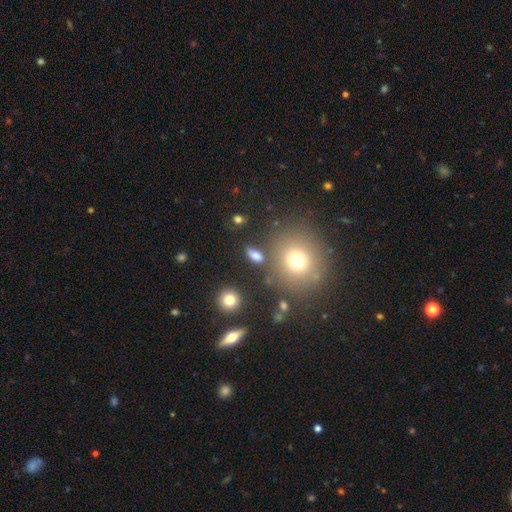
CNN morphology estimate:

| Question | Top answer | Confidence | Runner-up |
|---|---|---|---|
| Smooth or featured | smooth | 75% | star or artifact (15%) |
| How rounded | in between | 69% | round (22%) |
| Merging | none | 78% | minor disturbance (11%) |